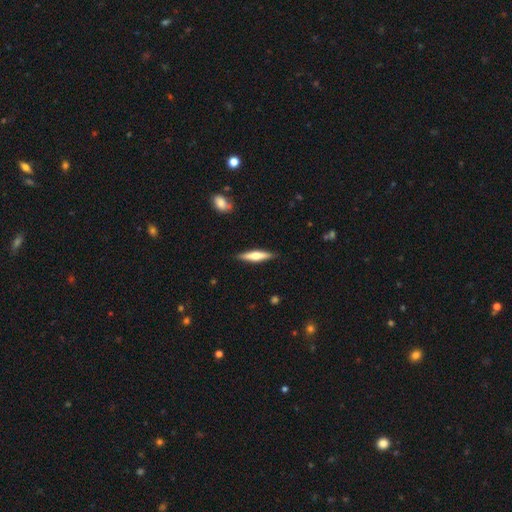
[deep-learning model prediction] Morphology: type=smooth (49%); merging=none (88%).